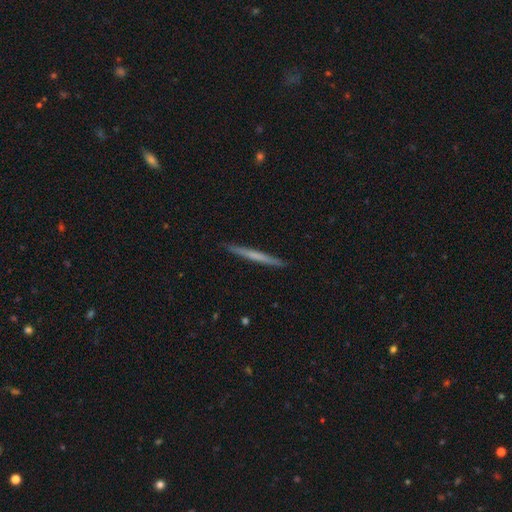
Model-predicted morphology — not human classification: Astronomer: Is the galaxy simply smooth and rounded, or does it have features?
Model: smooth — 49% (runner-up: featured or disk, 45%).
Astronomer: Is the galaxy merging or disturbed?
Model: none — 92%.